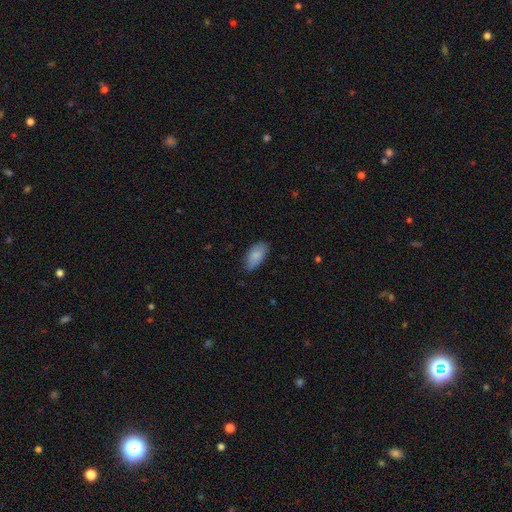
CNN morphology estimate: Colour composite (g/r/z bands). It shows a smooth galaxy with no disk features (86%) that is in between round and cigar-shaped (94%). Merging: none (80%).